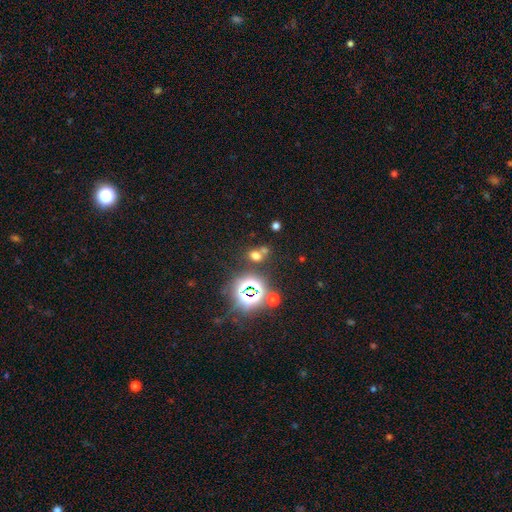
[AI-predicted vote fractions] This appears to be a smooth galaxy with no disk features (51%) that is round (58%). Merging: none (61%).